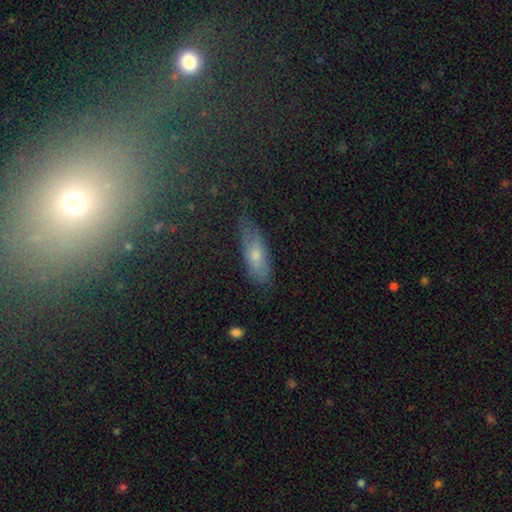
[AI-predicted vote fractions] This is likely a smooth galaxy (67%). How rounded: likely in between (61%). Merging: likely none (68%).